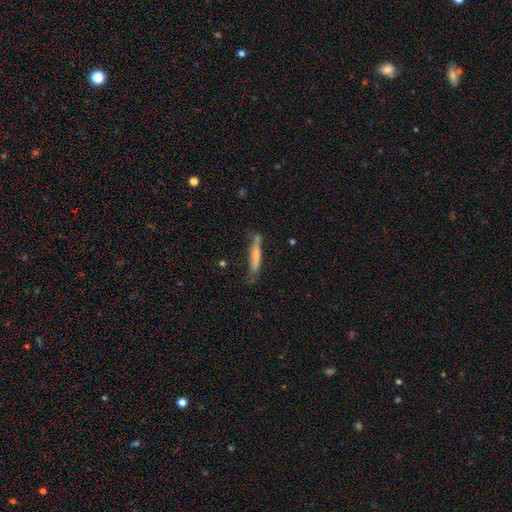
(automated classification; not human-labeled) A smooth galaxy with no disk features (60%) that is cigar-shaped (92%).

Vote fractions:
- Smooth or featured? smooth: 60% / featured or disk: 33% / star or artifact: 7%
- How rounded? cigar-shaped: 92% / in between: 7% / round: 1%
- Merging? none: 64% / minor disturbance: 24% / major disturbance: 6% / merger: 6%